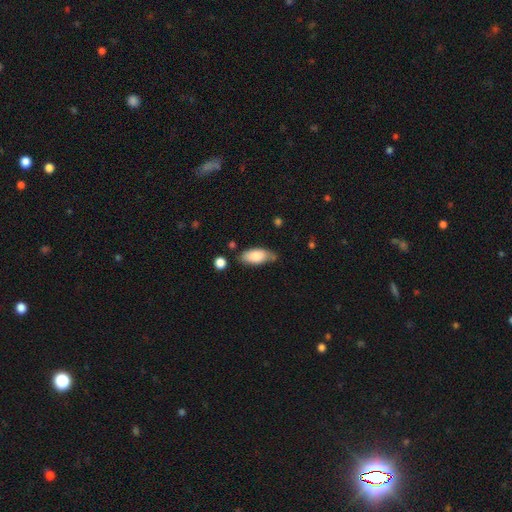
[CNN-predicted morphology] This appears to be a smooth galaxy with no disk features (79%) that is in between round and cigar-shaped (89%). Merging: none (67%).